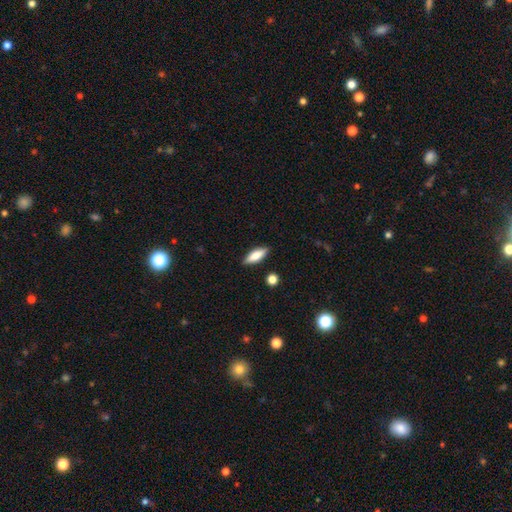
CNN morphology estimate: This appears to be a smooth galaxy with no disk features (76%) that is in between round and cigar-shaped (60%). Merging: none (87%).